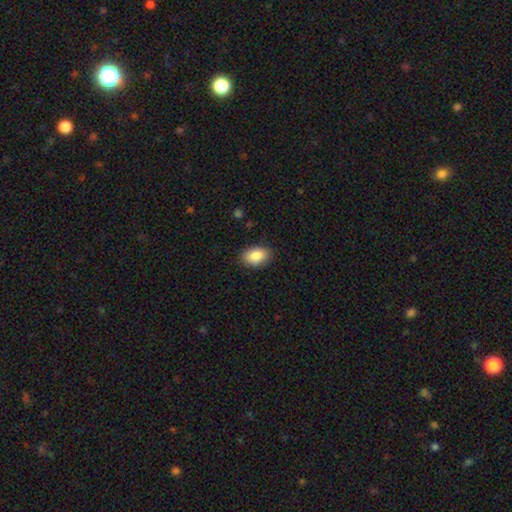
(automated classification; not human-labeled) smooth 87%, star or artifact 7%, featured or disk 6%. Down the decision tree: how rounded — in between (89%); merging — none (86%).